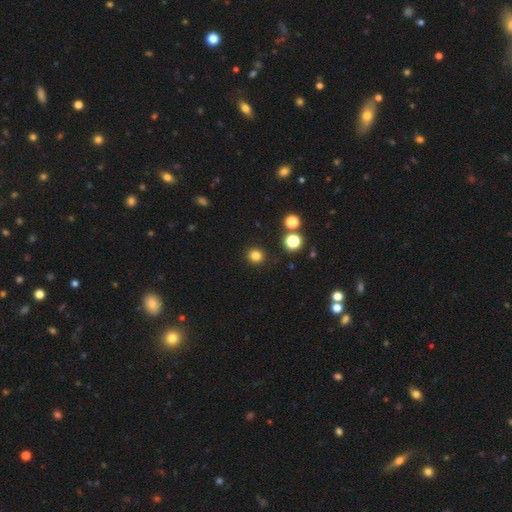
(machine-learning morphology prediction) Q: Smooth or featured?
A: smooth (81%); runner-up: star or artifact (14%)
Q: How rounded?
A: round (91%); runner-up: in between (8%)
Q: Merging?
A: none (90%); runner-up: minor disturbance (5%)